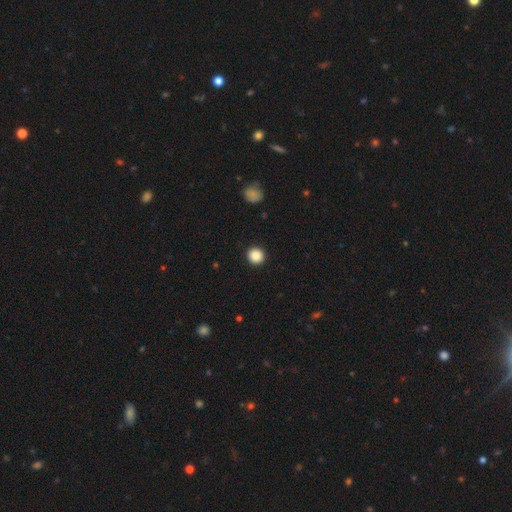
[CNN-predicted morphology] type=smooth (88%); roundness=round (93%); merging=none (93%).